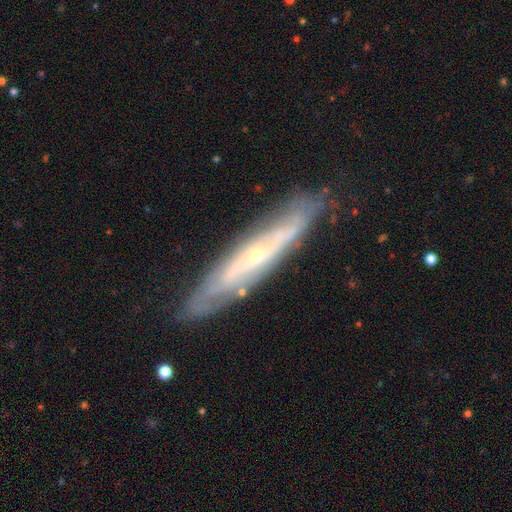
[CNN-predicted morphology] smooth-or-featured: featured or disk: 75% | smooth: 19% | star or artifact: 6%
  disk-edge-on: no: 52% | yes: 48%
  merging: none: 80% | minor disturbance: 15% | major disturbance: 3% | merger: 2%